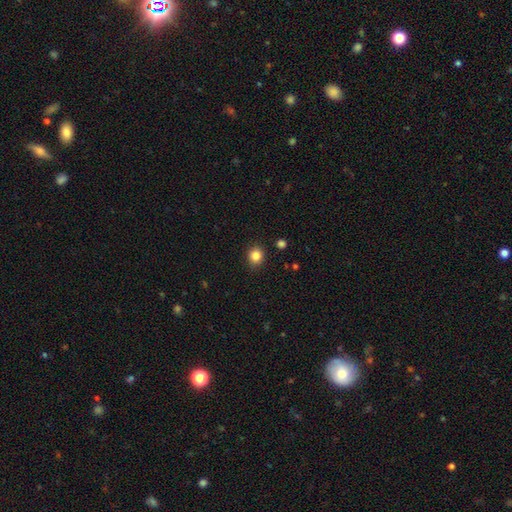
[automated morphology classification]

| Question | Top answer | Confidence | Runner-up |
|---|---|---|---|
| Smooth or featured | smooth | 84% | star or artifact (11%) |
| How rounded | round | 79% | in between (20%) |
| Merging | none | 89% | minor disturbance (7%) |